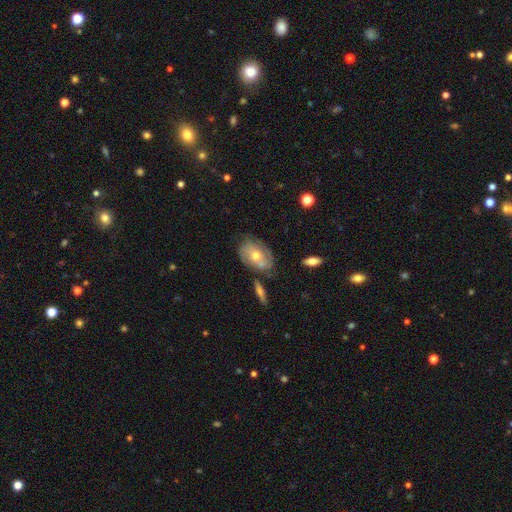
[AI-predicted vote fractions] This appears to be a featured or disk galaxy (48%). Merging: none (57%).